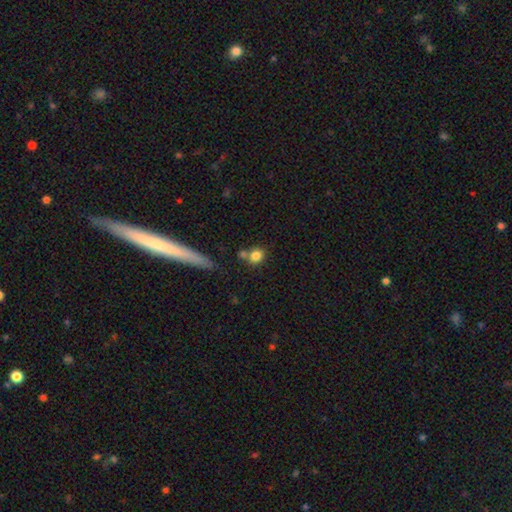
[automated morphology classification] The model was most divided on "merging": none: 60%, merger: 23%, minor disturbance: 12%, major disturbance: 5%. More confident: smooth or featured — smooth (82%); how rounded — round (73%).